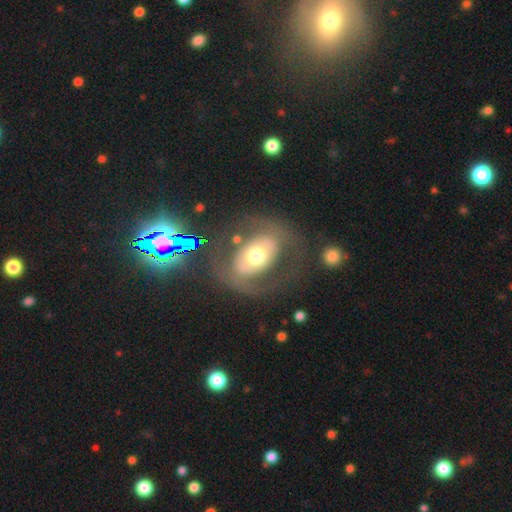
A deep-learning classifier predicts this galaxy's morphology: Overall: featured or disk (54%; smooth 36%). Edge-on disk: no (93%). Bar: no (71%). Spiral arms: no (73%). Bulge size: moderate (61%; large 27%). Merging: none (70%).